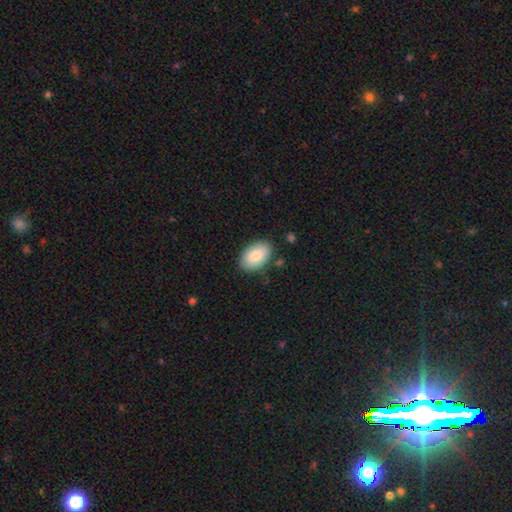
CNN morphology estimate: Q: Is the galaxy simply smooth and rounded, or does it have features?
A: smooth — 81%.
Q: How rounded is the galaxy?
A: in between — 92%.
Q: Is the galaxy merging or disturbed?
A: none — 85%.